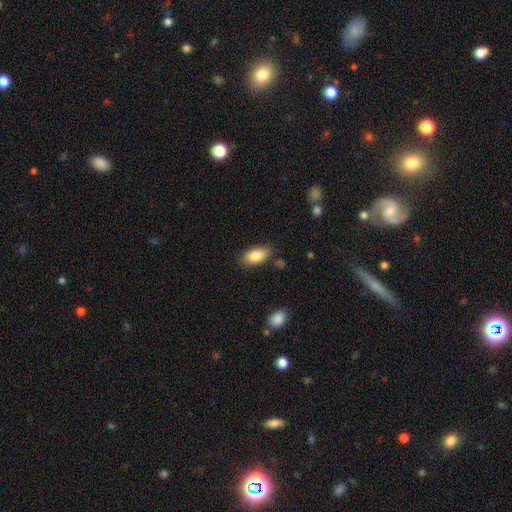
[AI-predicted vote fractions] Smooth or featured? Predicted: smooth (p=0.85). How rounded? Predicted: in between (p=0.92). Merging? Predicted: none (p=0.82).